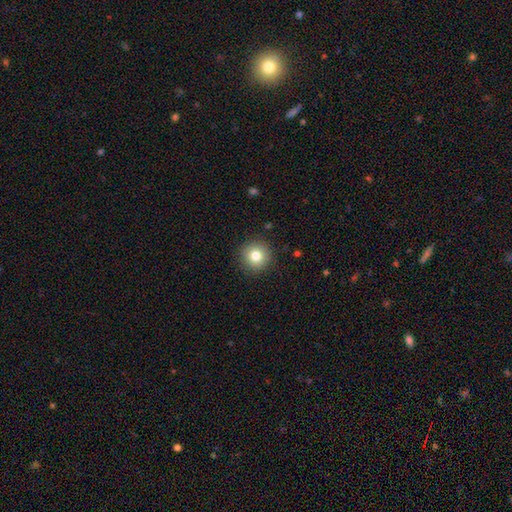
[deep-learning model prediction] Smooth or featured: smooth — 80% (star or artifact — 11%)
How rounded: round — 94% (in between — 5%)
Merging: none — 90% (minor disturbance — 7%)